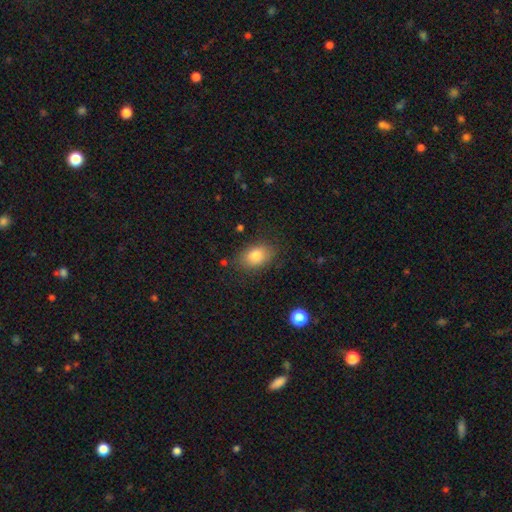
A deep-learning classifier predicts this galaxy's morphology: Smooth or featured? Predicted: smooth (p=0.82). How rounded? Predicted: in between (p=0.85). Merging? Predicted: none (p=0.80).